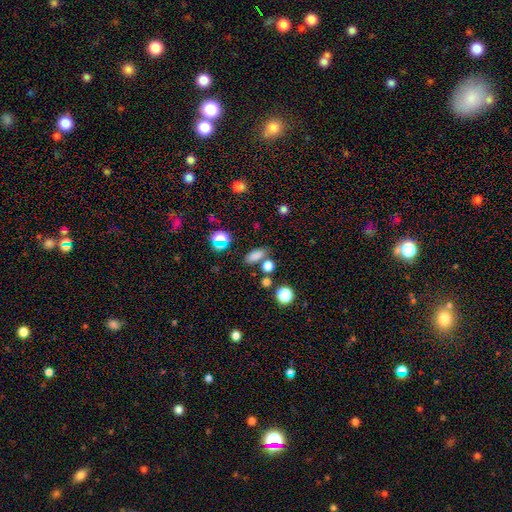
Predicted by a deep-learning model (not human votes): Morphology: type=smooth (76%); roundness=in between (79%); merging=none (71%).